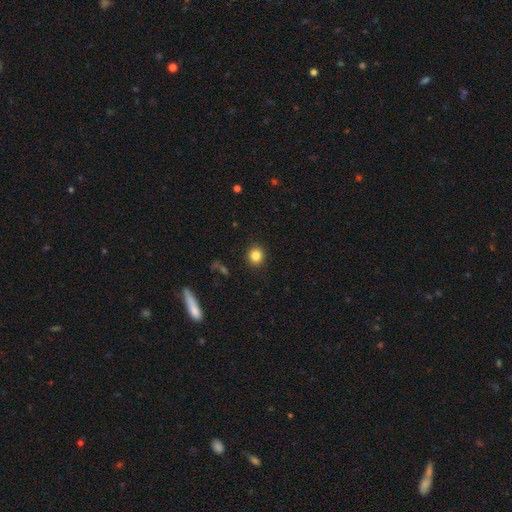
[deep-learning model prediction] Q: Smooth or featured?
A: smooth (84%); runner-up: star or artifact (11%)
Q: How rounded?
A: round (85%); runner-up: in between (14%)
Q: Merging?
A: none (91%); runner-up: minor disturbance (6%)